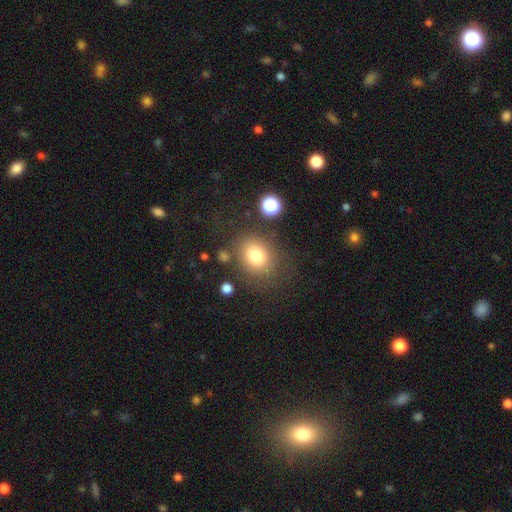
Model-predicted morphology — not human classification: The model was most divided on "how rounded": round: 64%, in between: 35%, cigar-shaped: 1%. More confident: smooth or featured — smooth (77%); merging — none (74%).